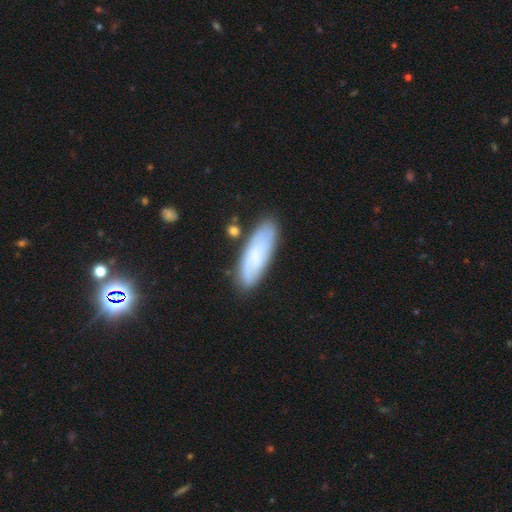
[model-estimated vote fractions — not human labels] Smooth or featured? smooth (62%)
How rounded? in between (57%)
Merging? none (77%)